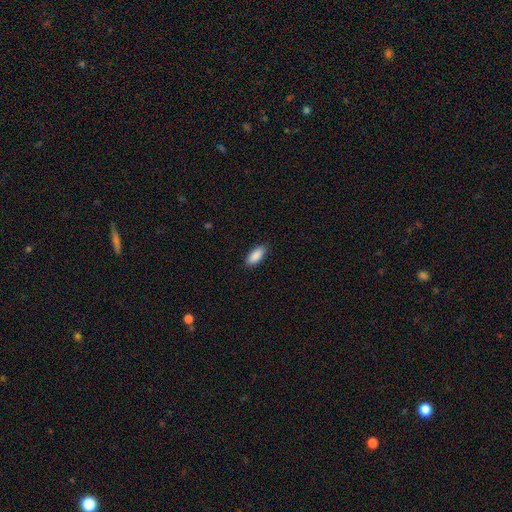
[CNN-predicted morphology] smooth 90%, star or artifact 6%, featured or disk 4%. Down the decision tree: how rounded — in between (85%); merging — none (89%).